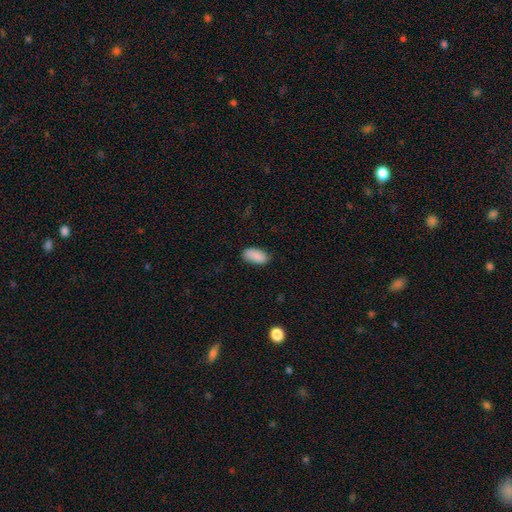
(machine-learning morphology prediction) smooth_or_featured: smooth (p=0.89) [alt: star or artifact p=0.07]
how_rounded: in between (p=0.92) [alt: cigar-shaped p=0.05]
merging: none (p=0.80) [alt: minor disturbance p=0.16]